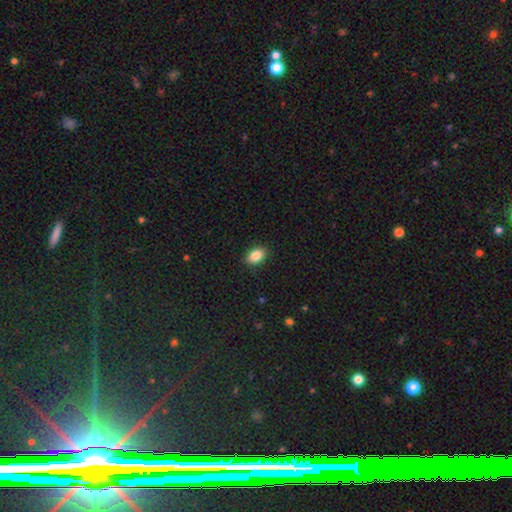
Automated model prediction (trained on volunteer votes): A smooth galaxy with no disk features (85%) that is in between round and cigar-shaped (86%). Merging: none (89%).